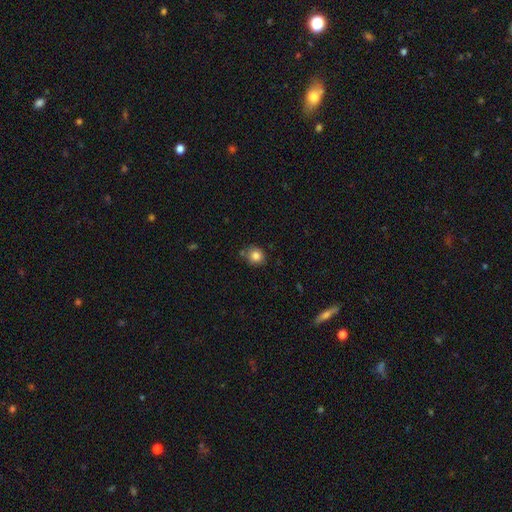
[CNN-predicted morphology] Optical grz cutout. It shows a smooth galaxy with no disk features (84%) that is round (85%). Merging: none (76%).